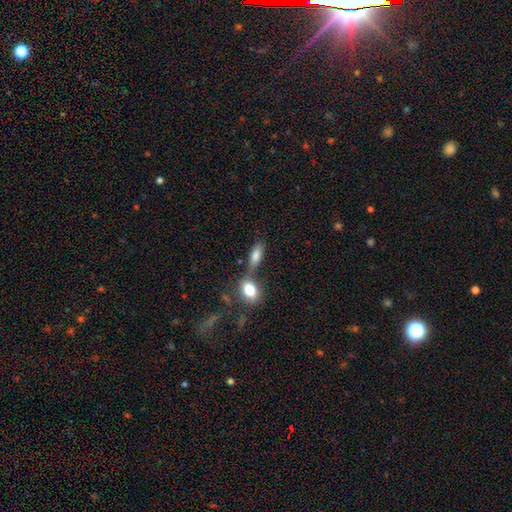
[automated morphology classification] smooth-or-featured: smooth: 78% | featured or disk: 12% | star or artifact: 9%
  how-rounded: in between: 76% | cigar-shaped: 16% | round: 8%
  merging: none: 46% | merger: 35% | minor disturbance: 12% | major disturbance: 6%